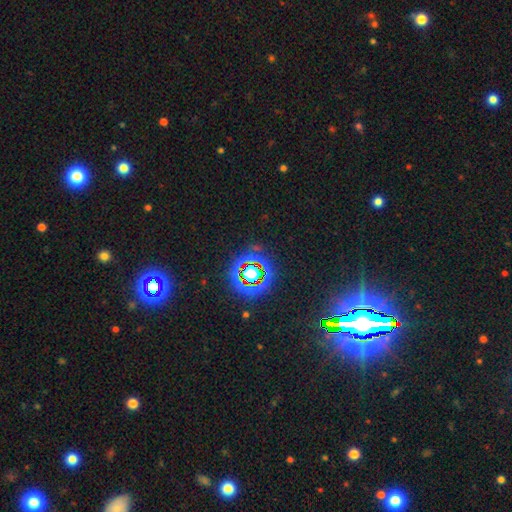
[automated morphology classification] This appears to be a star or artifact, not a galaxy (79%).